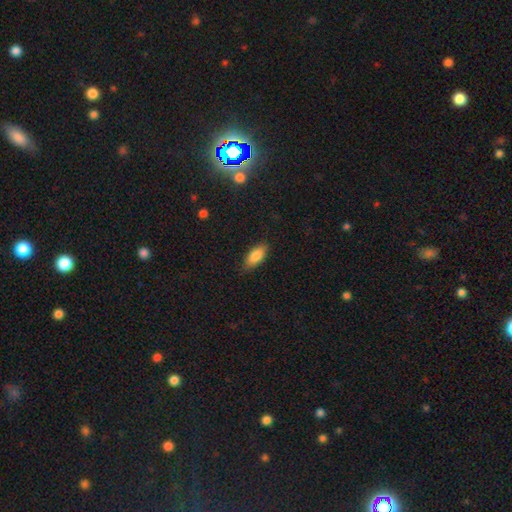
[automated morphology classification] A smooth galaxy with no disk features (84%) that is in between round and cigar-shaped (83%).

Vote fractions:
- Smooth or featured? smooth: 84% / featured or disk: 9% / star or artifact: 7%
- How rounded? in between: 83% / cigar-shaped: 14% / round: 2%
- Merging? none: 81% / minor disturbance: 15% / major disturbance: 3% / merger: 1%